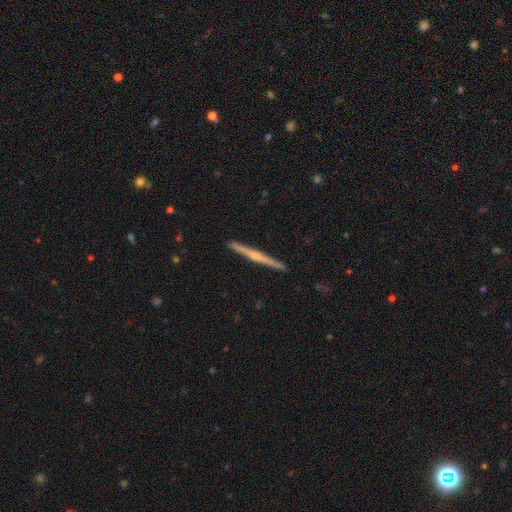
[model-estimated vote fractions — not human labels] smooth_or_featured: featured or disk (p=0.71) [alt: smooth p=0.23]
disk_edge_on: yes (p=0.98) [alt: no p=0.02]
edge_on_bulge: rounded (p=0.71) [alt: none p=0.23]
merging: none (p=0.93) [alt: minor disturbance p=0.05]